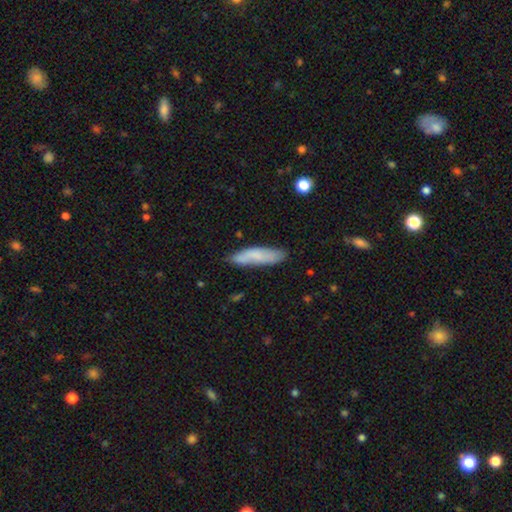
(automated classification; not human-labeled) The model was most divided on "how rounded": cigar-shaped: 64%, in between: 35%, round: 2%. More confident: merging — none (75%); smooth or featured — smooth (72%).